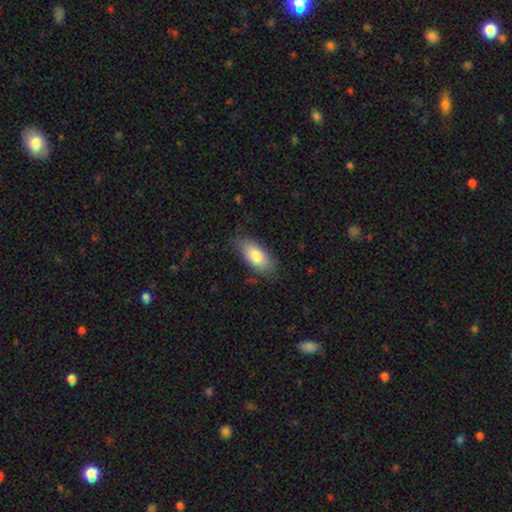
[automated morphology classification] This is clearly a smooth galaxy (82%). How rounded: clearly in between (88%). Merging: likely none (77%).